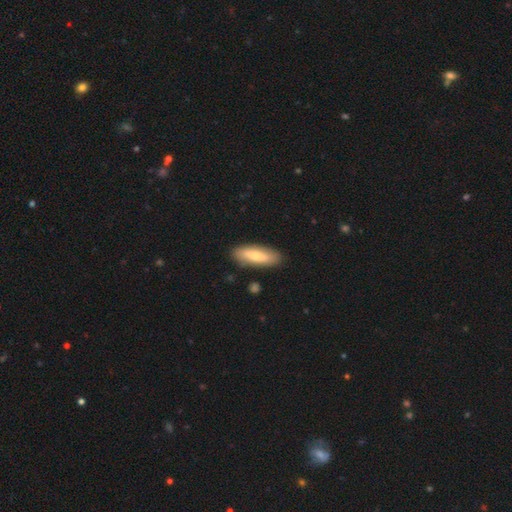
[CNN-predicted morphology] smooth-or-featured: smooth: 70% | featured or disk: 25% | star or artifact: 5%
  how-rounded: in between: 53% | cigar-shaped: 45% | round: 2%
  merging: none: 86% | minor disturbance: 10% | major disturbance: 2% | merger: 2%